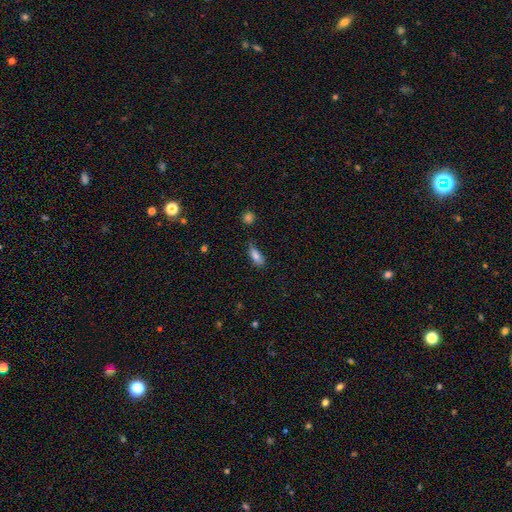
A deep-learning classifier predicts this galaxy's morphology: Smooth or featured?
  - smooth: 81% *
  - featured or disk: 11%
  - star or artifact: 8%
How rounded?
  - in between: 75% *
  - cigar-shaped: 23%
  - round: 3%
Merging?
  - none: 70% *
  - minor disturbance: 23%
  - major disturbance: 5%
  - merger: 3%